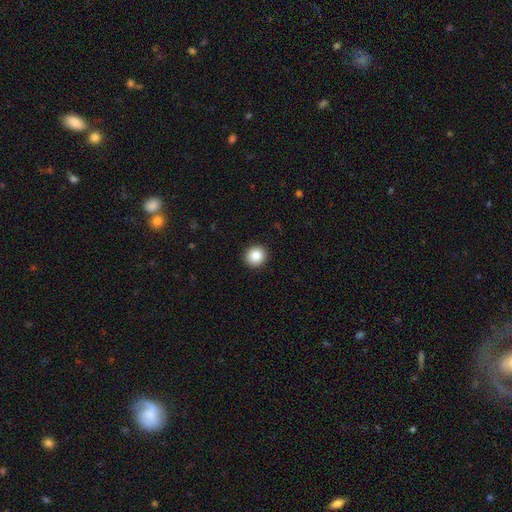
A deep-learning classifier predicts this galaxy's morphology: smooth_or_featured: smooth (p=0.85) [alt: star or artifact p=0.09]
how_rounded: round (p=0.92) [alt: in between p=0.07]
merging: none (p=0.93) [alt: minor disturbance p=0.05]